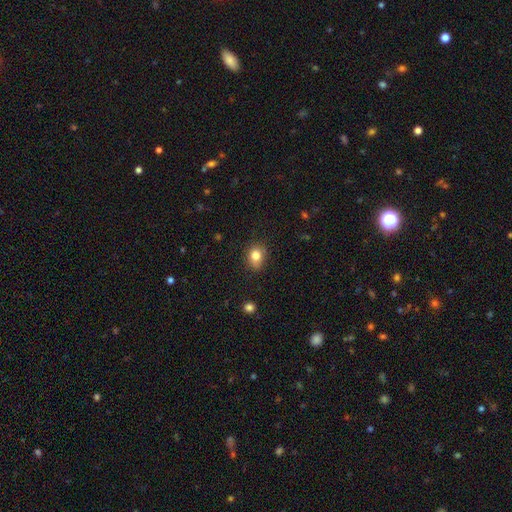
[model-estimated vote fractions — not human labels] Smooth or featured?
  - smooth: 82% *
  - star or artifact: 11%
  - featured or disk: 8%
How rounded?
  - round: 55% *
  - in between: 44%
  - cigar-shaped: 1%
Merging?
  - none: 74% *
  - minor disturbance: 20%
  - major disturbance: 4%
  - merger: 2%